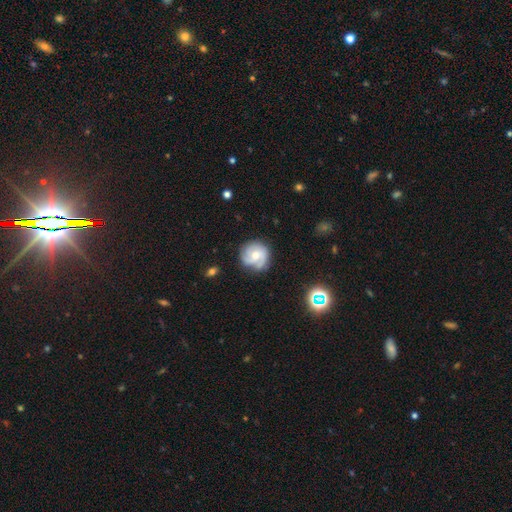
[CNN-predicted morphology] A featured or disk galaxy (63%) with no bar (69%), 3 (32%) tight (45%) spiral arms (90%) and a moderate central bulge (60%). Merging: none (71%).